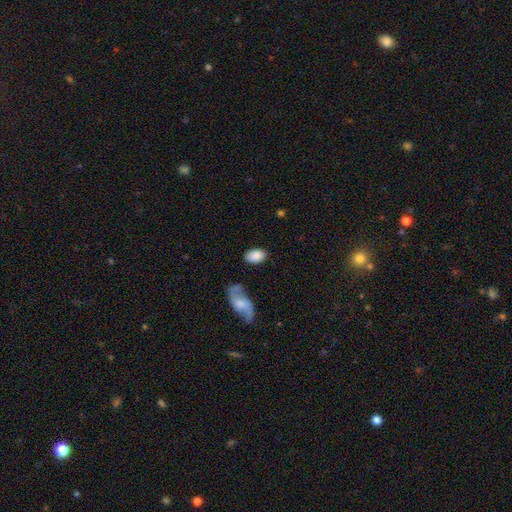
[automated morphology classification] Smooth or featured? Predicted: smooth (p=0.83). How rounded? Predicted: in between (p=0.92). Merging? Predicted: none (p=0.75).